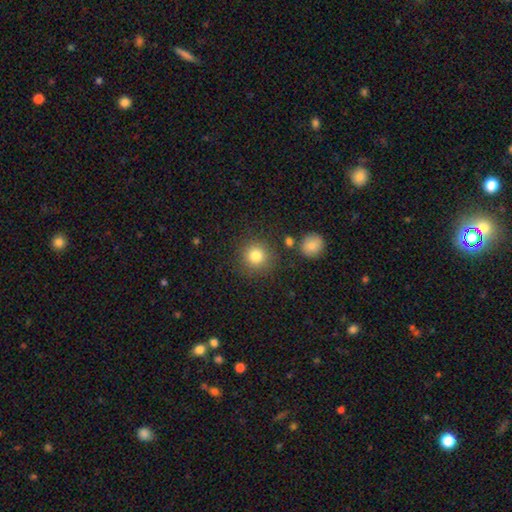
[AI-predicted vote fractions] smooth_or_featured: smooth (p=0.82) [alt: star or artifact p=0.12]
how_rounded: round (p=0.93) [alt: in between p=0.06]
merging: none (p=0.85) [alt: minor disturbance p=0.08]